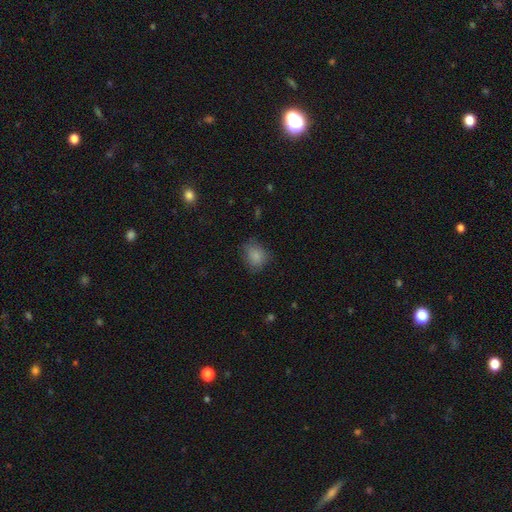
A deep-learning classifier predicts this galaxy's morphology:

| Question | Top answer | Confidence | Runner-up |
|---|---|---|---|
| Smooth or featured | smooth | 83% | star or artifact (10%) |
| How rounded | round | 54% | in between (45%) |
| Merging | none | 69% | minor disturbance (23%) |